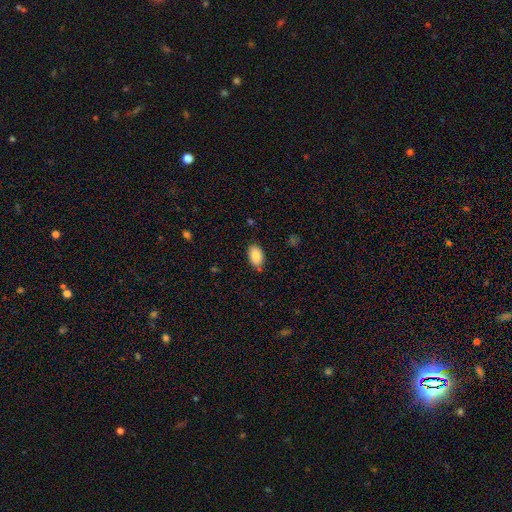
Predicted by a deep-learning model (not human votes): smooth 87%, star or artifact 7%, featured or disk 6%. Down the decision tree: how rounded — in between (93%); merging — none (81%).